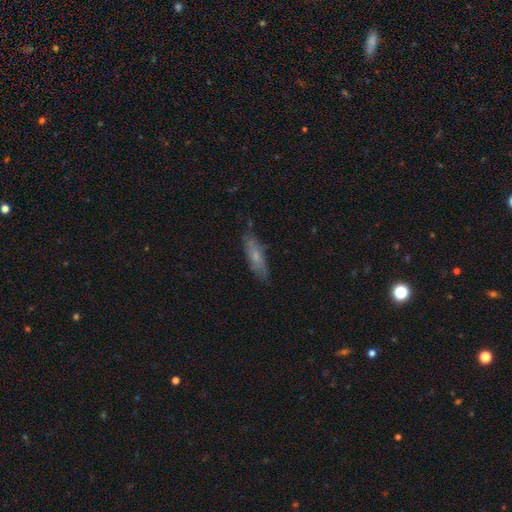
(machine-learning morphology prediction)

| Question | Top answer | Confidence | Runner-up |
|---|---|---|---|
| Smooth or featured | smooth | 60% | featured or disk (33%) |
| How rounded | cigar-shaped | 56% | in between (42%) |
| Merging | none | 77% | minor disturbance (18%) |